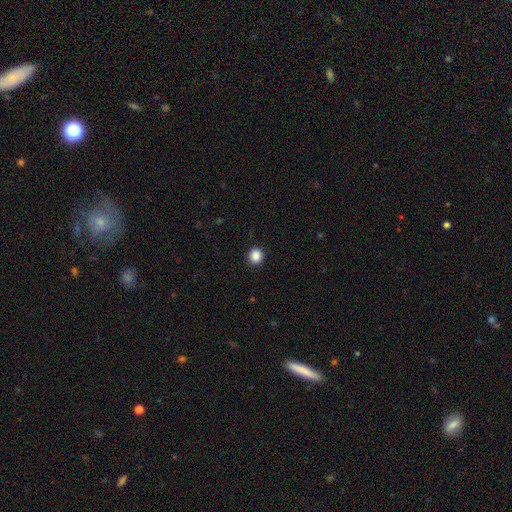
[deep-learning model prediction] This is clearly a smooth galaxy (88%). How rounded: clearly round (86%). Merging: clearly none (91%).